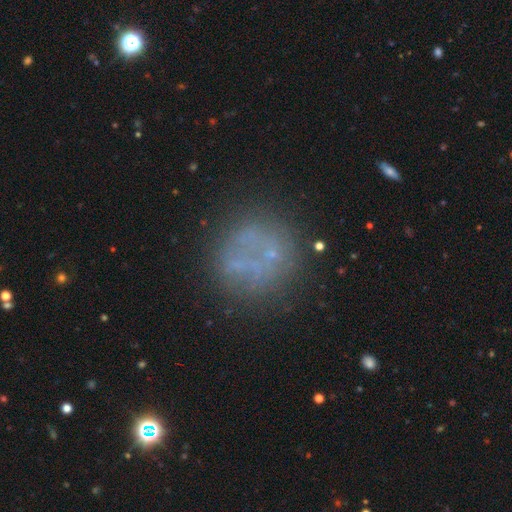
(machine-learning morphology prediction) A smooth galaxy with no disk features (41%).

Vote fractions:
- Smooth or featured? smooth: 41% / featured or disk: 36% / star or artifact: 23%
- Merging? none: 68% / minor disturbance: 14% / major disturbance: 10% / merger: 8%